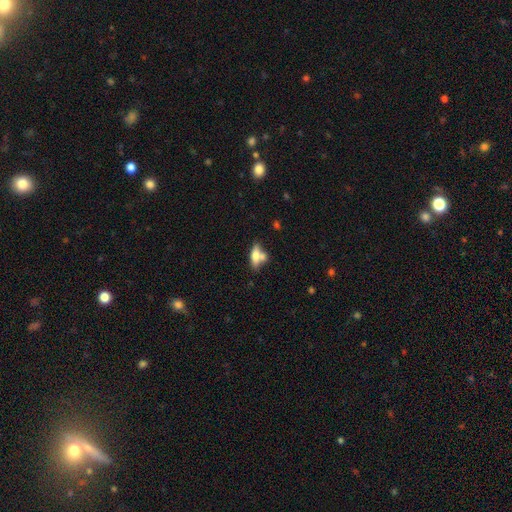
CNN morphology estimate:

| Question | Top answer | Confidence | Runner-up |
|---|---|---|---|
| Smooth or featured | smooth | 61% | featured or disk (31%) |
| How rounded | in between | 67% | cigar-shaped (28%) |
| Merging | none | 42% | merger (37%) |